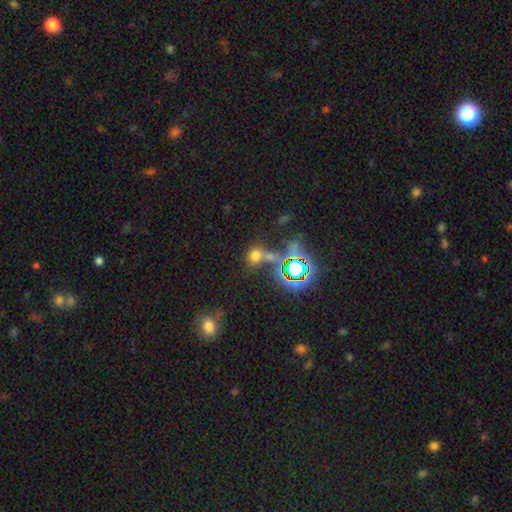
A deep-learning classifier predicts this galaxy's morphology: Smooth or featured: smooth — 55% (star or artifact — 35%)
How rounded: round — 69% (in between — 29%)
Merging: none — 49% (merger — 32%)